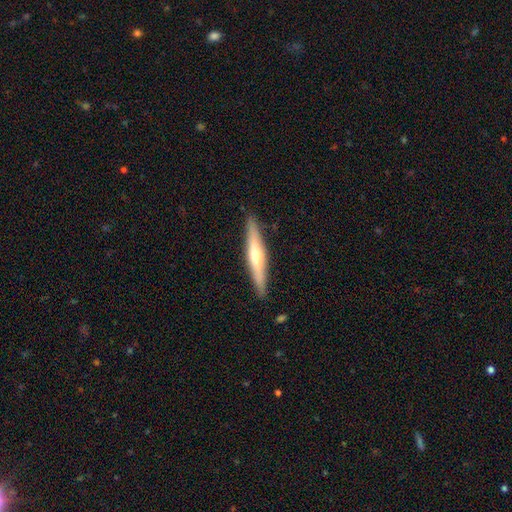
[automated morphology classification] type=featured or disk (58%); edge-on=yes (96%); edge-on bulge=rounded (80%); merging=none (90%).